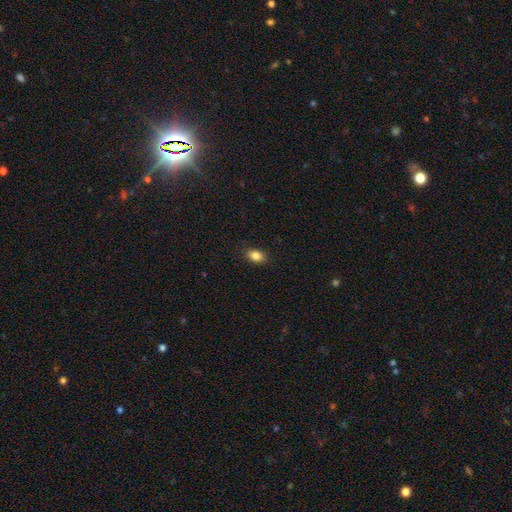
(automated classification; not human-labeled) Overall: smooth (86%). How rounded: in between (84%). Merging: none (88%).